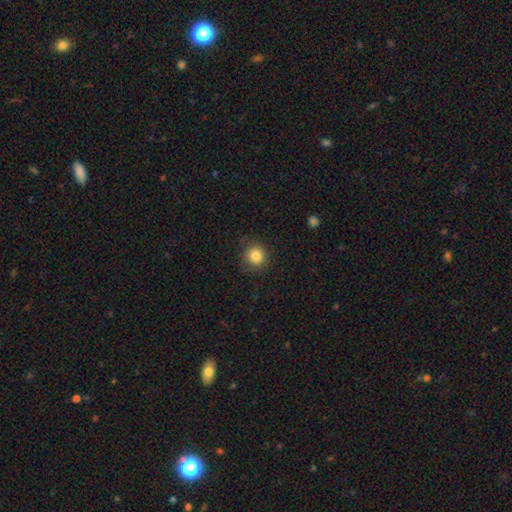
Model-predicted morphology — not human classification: The model was most divided on "smooth or featured": smooth: 84%, star or artifact: 11%, featured or disk: 5%. More confident: how rounded — round (88%); merging — none (85%).